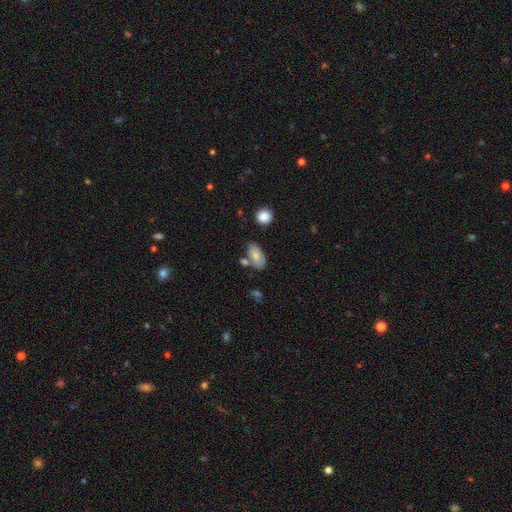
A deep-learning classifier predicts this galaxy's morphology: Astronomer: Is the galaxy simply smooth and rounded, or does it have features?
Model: smooth — 78%.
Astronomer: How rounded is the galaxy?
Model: in between — 92%.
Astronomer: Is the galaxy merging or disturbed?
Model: none — 62%.